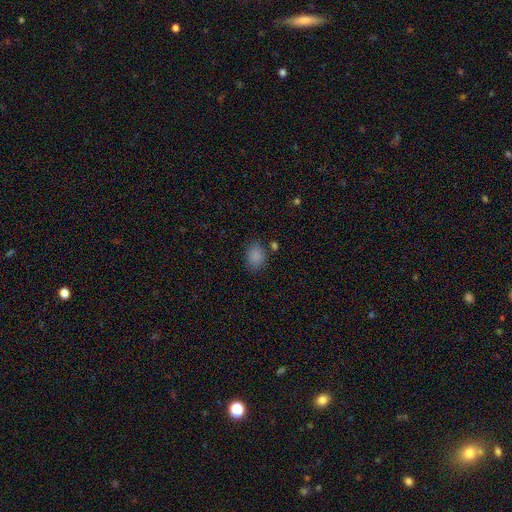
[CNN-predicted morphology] smooth 84%, star or artifact 12%, featured or disk 5%. Down the decision tree: how rounded — in between (61%); merging — none (72%).